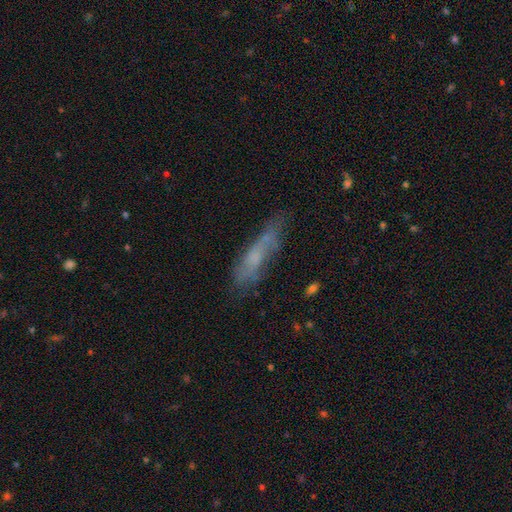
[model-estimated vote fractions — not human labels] Smooth or featured?
  - smooth: 52% *
  - featured or disk: 39%
  - star or artifact: 10%
How rounded?
  - cigar-shaped: 72% *
  - in between: 26%
  - round: 2%
Merging?
  - none: 57% *
  - minor disturbance: 27%
  - major disturbance: 12%
  - merger: 4%